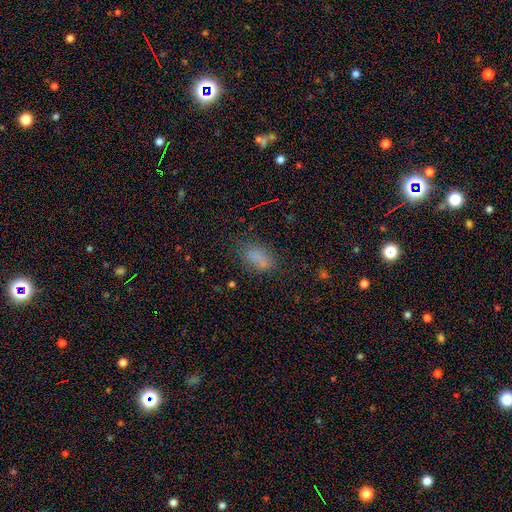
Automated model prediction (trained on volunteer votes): Q: Smooth or featured?
A: smooth (77%); runner-up: star or artifact (14%)
Q: How rounded?
A: in between (88%); runner-up: round (7%)
Q: Merging?
A: none (65%); runner-up: minor disturbance (20%)